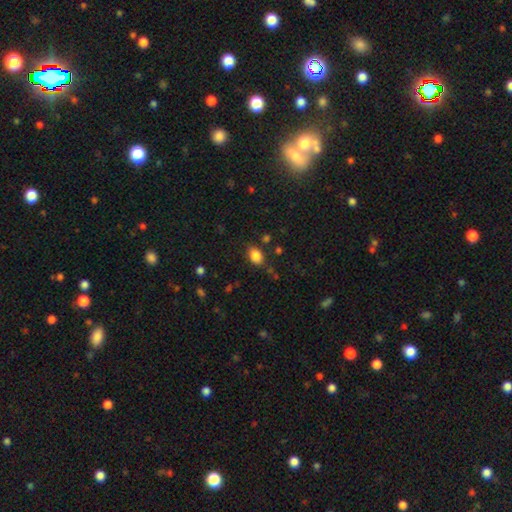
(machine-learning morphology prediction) Smooth or featured? Predicted: smooth (p=0.86). How rounded? Predicted: in between (p=0.81). Merging? Predicted: none (p=0.77).